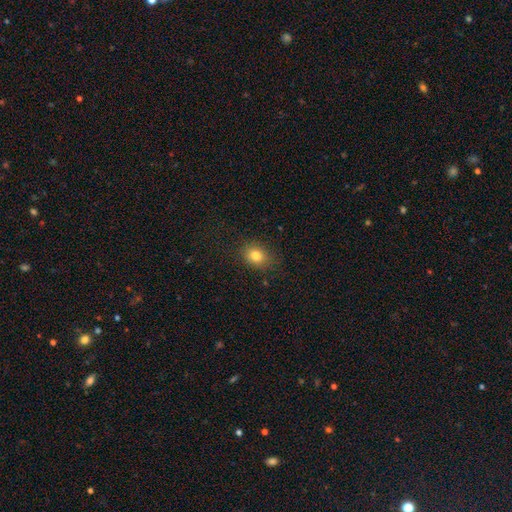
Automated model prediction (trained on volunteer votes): smooth 81%, star or artifact 12%, featured or disk 7%. Down the decision tree: how rounded — round (50%); merging — none (83%).